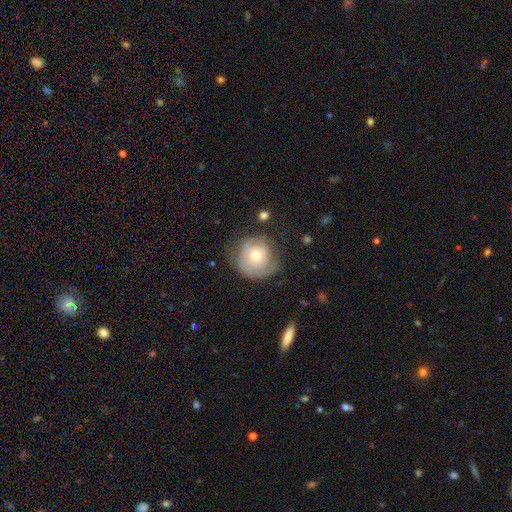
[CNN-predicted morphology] Smooth or featured? Predicted: featured or disk (p=0.47). Merging? Predicted: none (p=0.57).